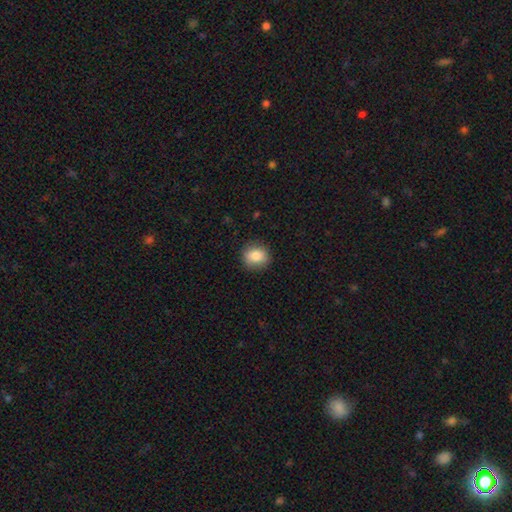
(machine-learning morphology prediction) This is clearly a smooth galaxy (85%). How rounded: clearly round (81%). Merging: clearly none (87%).